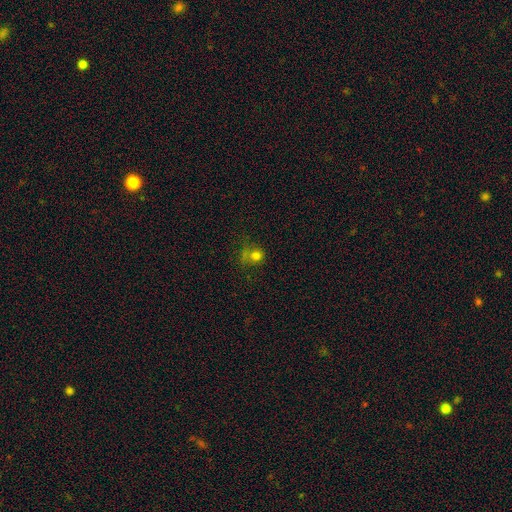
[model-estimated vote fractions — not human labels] A smooth galaxy with no disk features (72%) that is round (78%). Merging: none (48%).